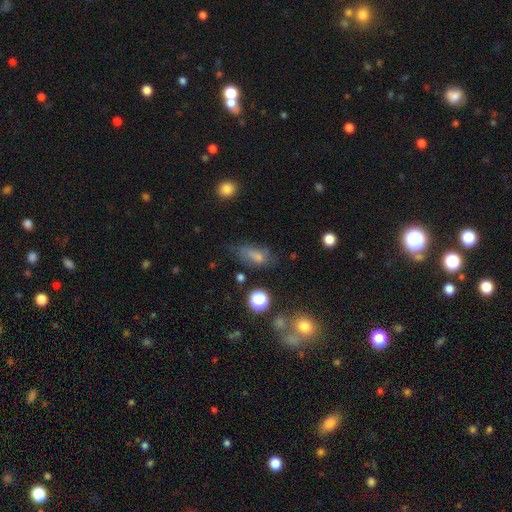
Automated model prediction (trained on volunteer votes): Overall: smooth (67%). How rounded: in between (80%). Merging: none (51%; minor disturbance 27%).